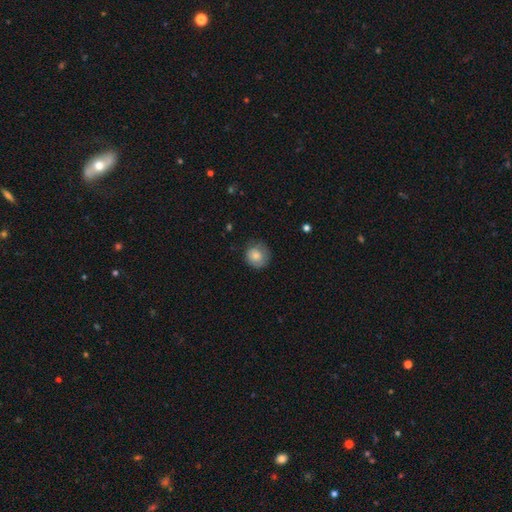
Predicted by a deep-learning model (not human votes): smooth 80%, featured or disk 12%, star or artifact 8%. Down the decision tree: how rounded — round (87%); merging — none (69%).